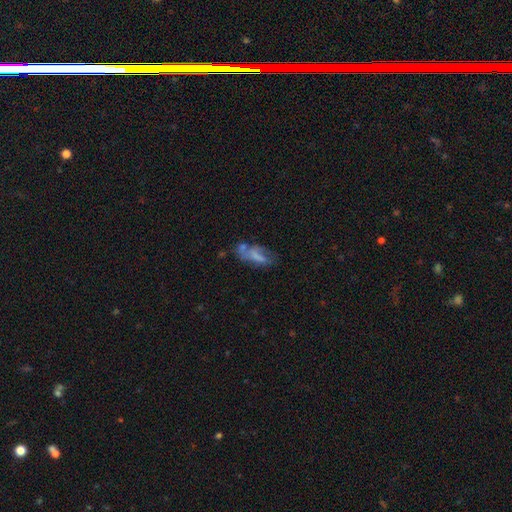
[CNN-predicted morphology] Smooth or featured? Predicted: smooth (p=0.54). How rounded? Predicted: in between (p=0.78). Merging? Predicted: none (p=0.34).